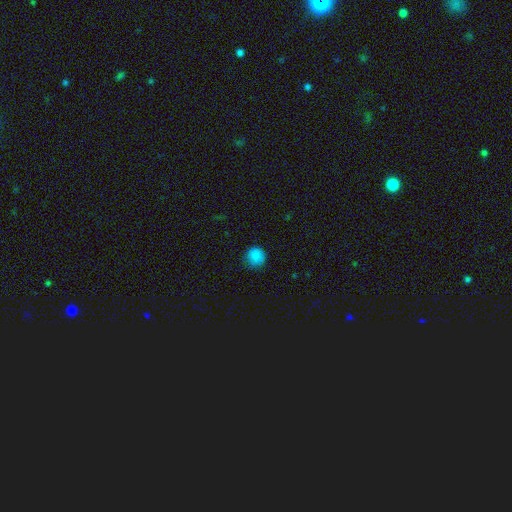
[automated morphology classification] A smooth galaxy with no disk features (86%) that is round (93%).

Vote fractions:
- Smooth or featured? smooth: 86% / star or artifact: 10% / featured or disk: 4%
- How rounded? round: 93% / in between: 6% / cigar-shaped: 1%
- Merging? none: 82% / minor disturbance: 14% / major disturbance: 3% / merger: 1%